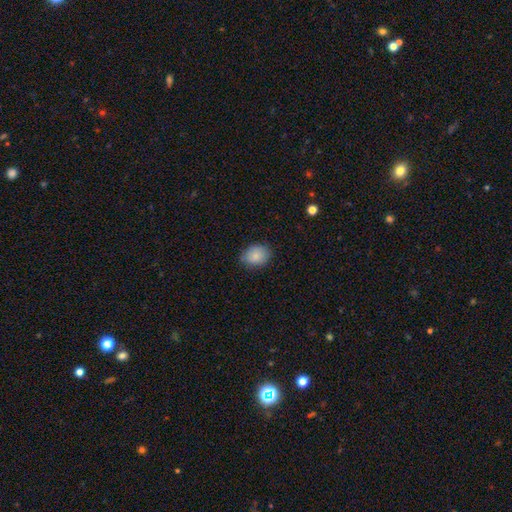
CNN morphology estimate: smooth-or-featured: smooth: 86% | star or artifact: 8% | featured or disk: 7%
  how-rounded: in between: 55% | round: 44% | cigar-shaped: 1%
  merging: none: 78% | minor disturbance: 18% | major disturbance: 3% | merger: 1%